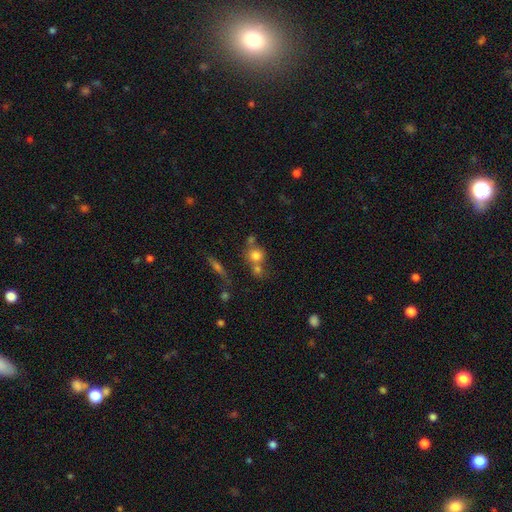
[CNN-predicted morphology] Overall: smooth (74%). How rounded: round (82%). Merging: none (48%; merger 37%).